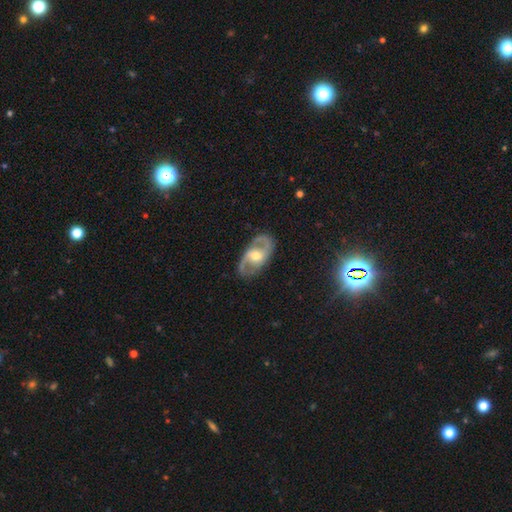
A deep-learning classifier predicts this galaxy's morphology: featured or disk 85%, smooth 9%, star or artifact 5%. Down the decision tree: edge-on disk — no (95%); bar — no (50%); spiral arms — yes (92%); spiral arm count — 2 (90%); spiral winding — medium (53%); bulge size — moderate (67%); merging — none (82%).